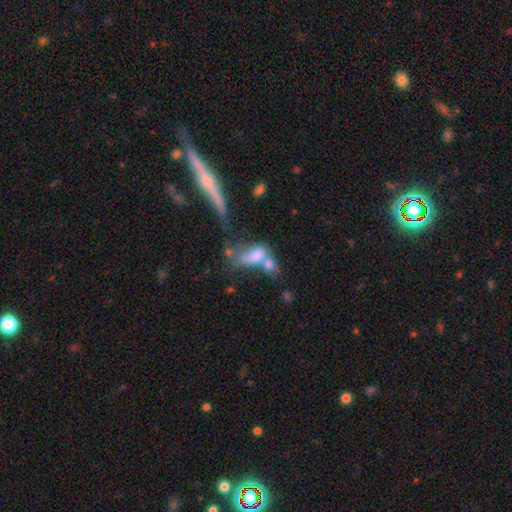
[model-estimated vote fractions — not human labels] smooth-or-featured: smooth: 66% | featured or disk: 23% | star or artifact: 11%
  how-rounded: in between: 78% | cigar-shaped: 16% | round: 7%
  merging: merger: 61% | none: 15% | major disturbance: 15% | minor disturbance: 9%